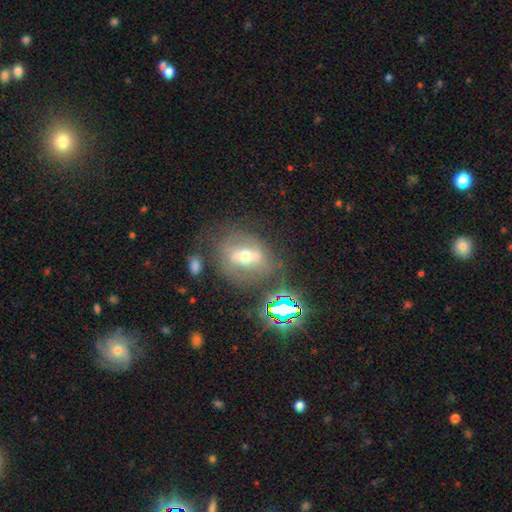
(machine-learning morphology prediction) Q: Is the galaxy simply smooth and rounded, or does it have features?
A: featured or disk — 56%.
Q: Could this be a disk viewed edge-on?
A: no — 81%.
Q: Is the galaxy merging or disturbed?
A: none — 64%.